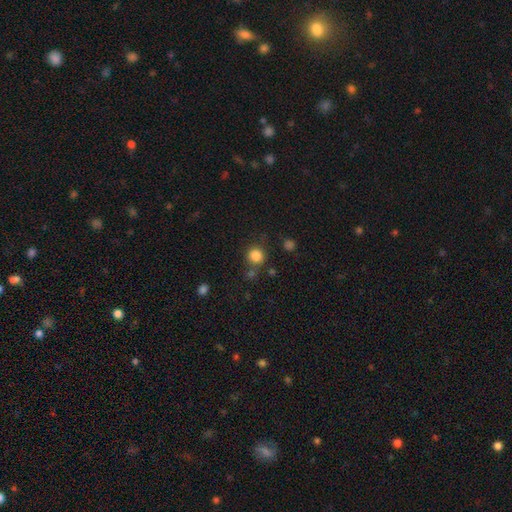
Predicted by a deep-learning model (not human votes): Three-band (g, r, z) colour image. It shows a smooth galaxy with no disk features (84%) that is round (89%). Merging: none (77%).